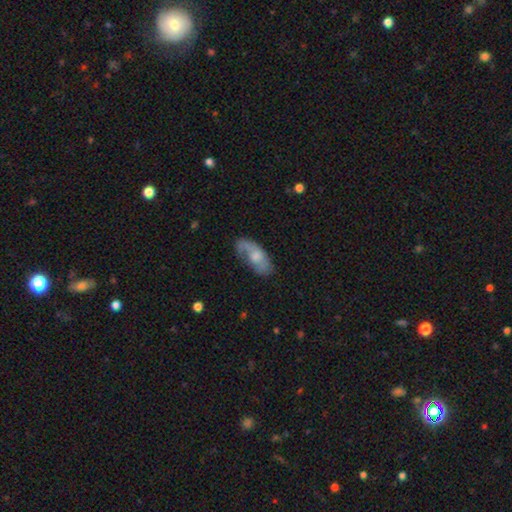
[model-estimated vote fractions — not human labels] A featured or disk galaxy (49%).

Vote fractions:
- Smooth or featured? featured or disk: 49% / smooth: 45% / star or artifact: 6%
- Merging? none: 55% / minor disturbance: 27% / major disturbance: 16% / merger: 3%